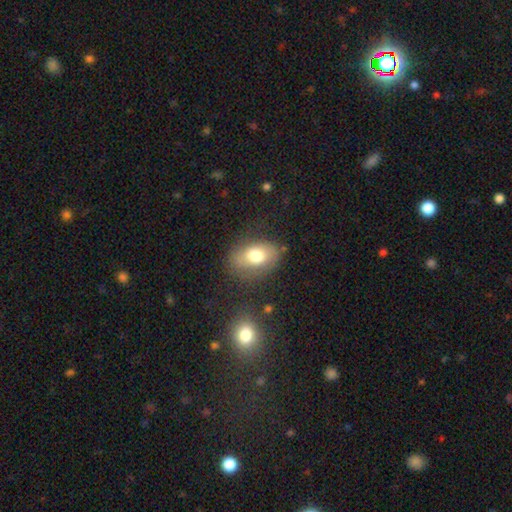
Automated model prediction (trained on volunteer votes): A smooth galaxy with no disk features (69%) that is in between round and cigar-shaped (81%).

Vote fractions:
- Smooth or featured? smooth: 69% / featured or disk: 22% / star or artifact: 9%
- How rounded? in between: 81% / round: 18% / cigar-shaped: 1%
- Merging? none: 70% / minor disturbance: 19% / major disturbance: 8% / merger: 3%